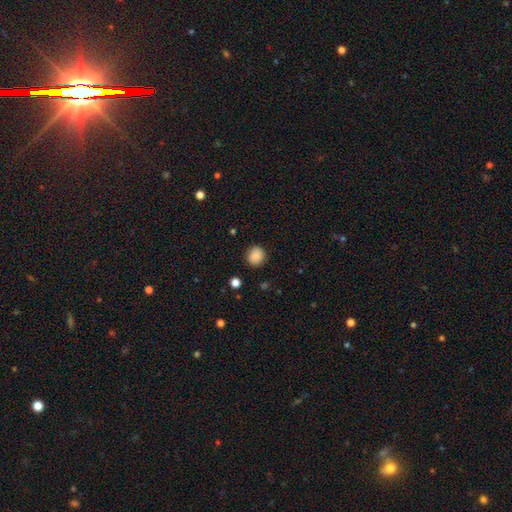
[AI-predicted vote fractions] smooth 87%, star or artifact 9%, featured or disk 3%. Down the decision tree: how rounded — round (88%); merging — none (89%).